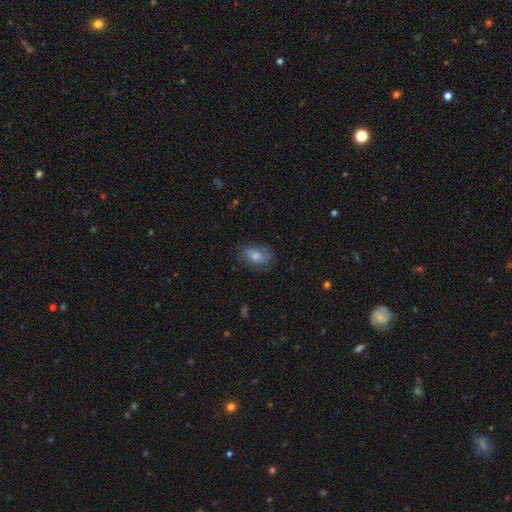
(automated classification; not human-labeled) Morphology: type=smooth (67%); roundness=in between (85%); merging=none (68%).